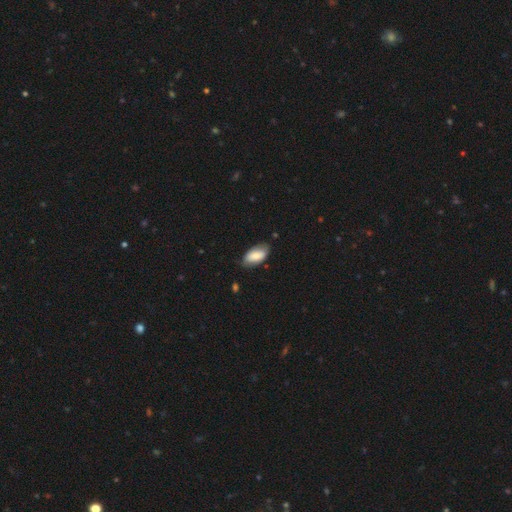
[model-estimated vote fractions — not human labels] Morphology: type=smooth (75%); roundness=in between (93%); merging=none (70%).